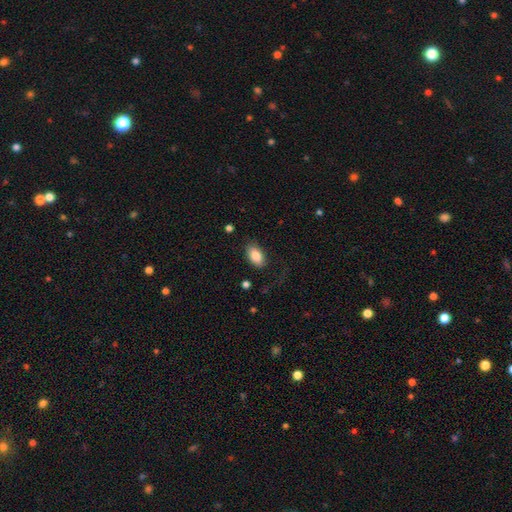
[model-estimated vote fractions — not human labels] This is clearly a smooth galaxy (85%). How rounded: clearly in between (92%). Merging: clearly none (81%).